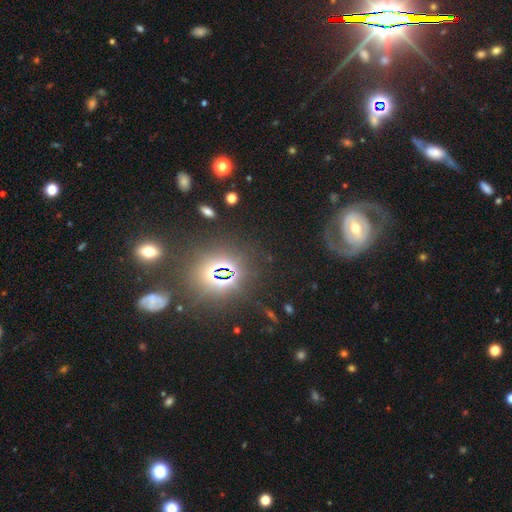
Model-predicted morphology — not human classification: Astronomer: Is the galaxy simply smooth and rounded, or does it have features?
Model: star or artifact — 52% (runner-up: featured or disk, 28%).